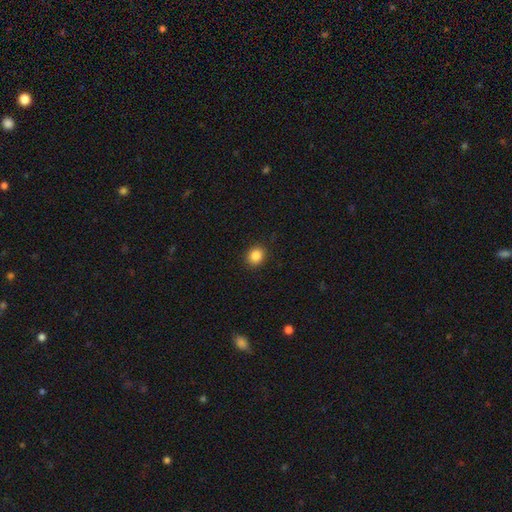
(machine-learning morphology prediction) Q: Smooth or featured?
A: smooth (86%); runner-up: star or artifact (10%)
Q: How rounded?
A: round (71%); runner-up: in between (29%)
Q: Merging?
A: none (90%); runner-up: minor disturbance (7%)